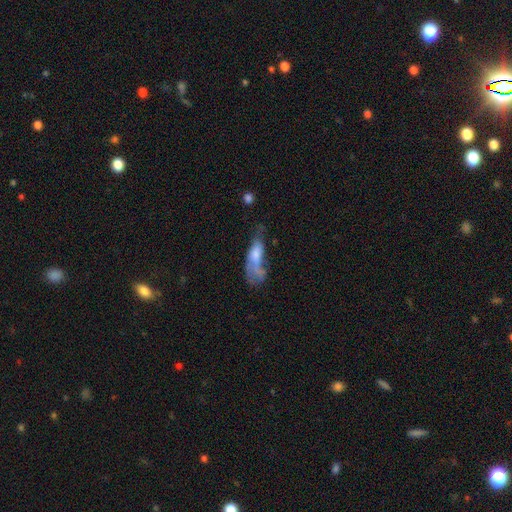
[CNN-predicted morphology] This is possibly a smooth galaxy (54%). How rounded: likely in between (62%). Merging: marginally major disturbance (44%).